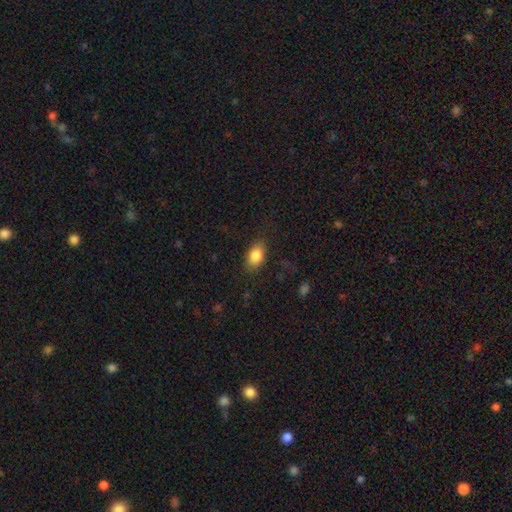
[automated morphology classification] This appears to be a smooth galaxy with no disk features (85%) that is in between round and cigar-shaped (85%). Merging: none (79%).